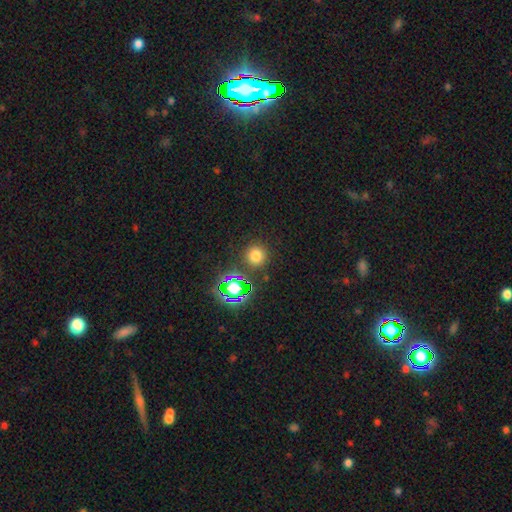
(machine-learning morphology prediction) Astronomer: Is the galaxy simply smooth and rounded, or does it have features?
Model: smooth — 69%.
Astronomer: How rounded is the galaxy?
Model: round — 92%.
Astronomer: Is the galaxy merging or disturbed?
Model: none — 86%.